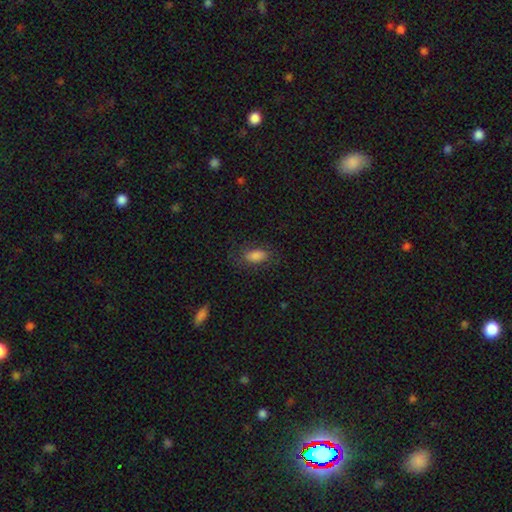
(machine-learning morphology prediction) A smooth galaxy with no disk features (82%) that is in between round and cigar-shaped (87%). Merging: none (74%).